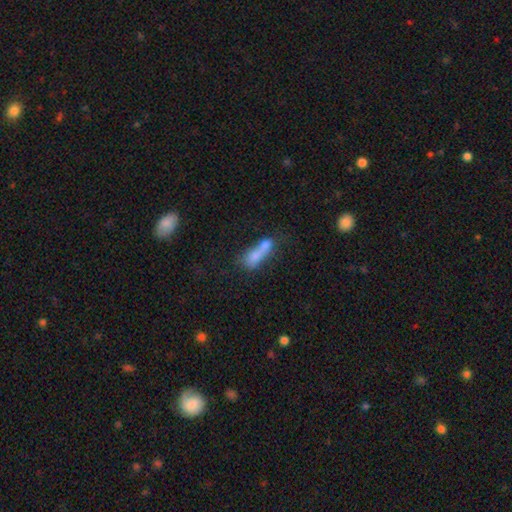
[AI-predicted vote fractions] This is likely a smooth galaxy (65%). How rounded: possibly in between (52%). Merging: possibly merger (56%).